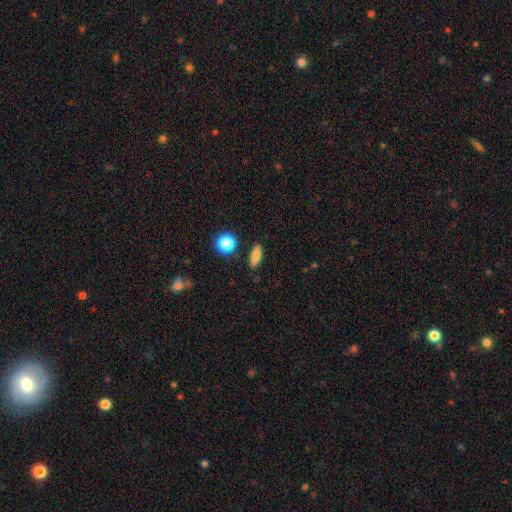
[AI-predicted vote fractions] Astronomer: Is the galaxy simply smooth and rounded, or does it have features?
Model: smooth — 80%.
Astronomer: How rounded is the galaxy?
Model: in between — 60%.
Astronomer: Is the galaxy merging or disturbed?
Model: none — 86%.